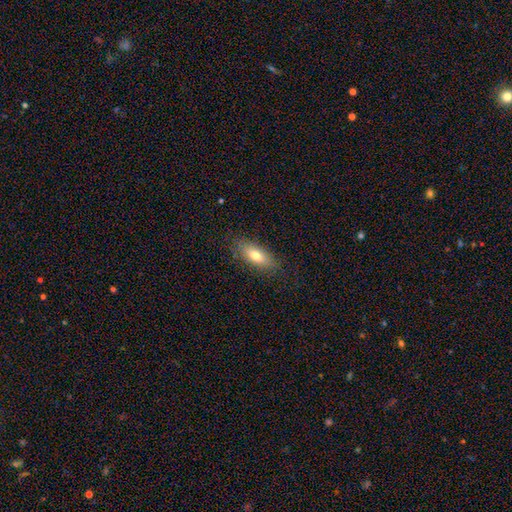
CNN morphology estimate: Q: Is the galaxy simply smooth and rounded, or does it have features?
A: smooth — 72%.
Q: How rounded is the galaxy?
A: in between — 74%.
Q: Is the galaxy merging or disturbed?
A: none — 83%.